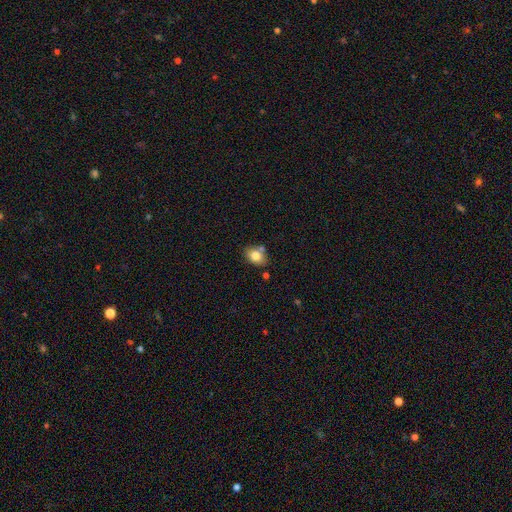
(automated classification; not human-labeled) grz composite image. It shows a smooth galaxy with no disk features (79%) that is in between round and cigar-shaped (70%). Merging: none (68%).